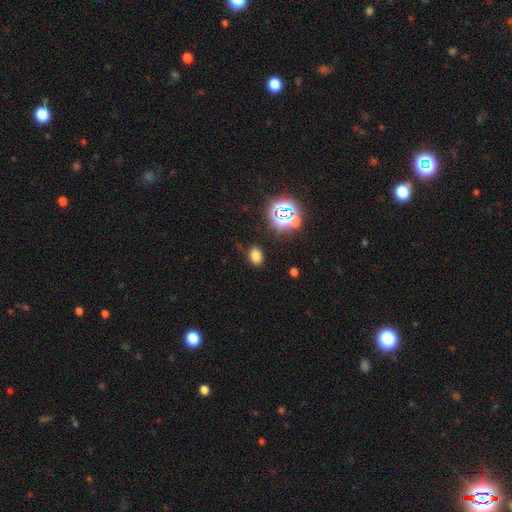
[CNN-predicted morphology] This appears to be a smooth galaxy with no disk features (70%) that is in between round and cigar-shaped (72%). Merging: none (77%).